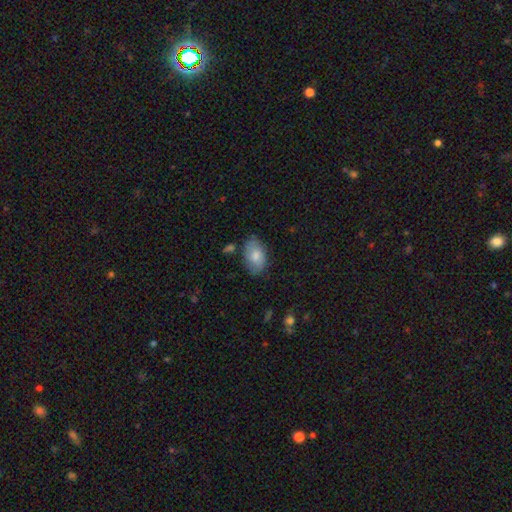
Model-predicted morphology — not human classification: The model was most divided on "merging": none: 76%, minor disturbance: 17%, major disturbance: 4%, merger: 3%. More confident: how rounded — in between (92%); smooth or featured — smooth (80%).